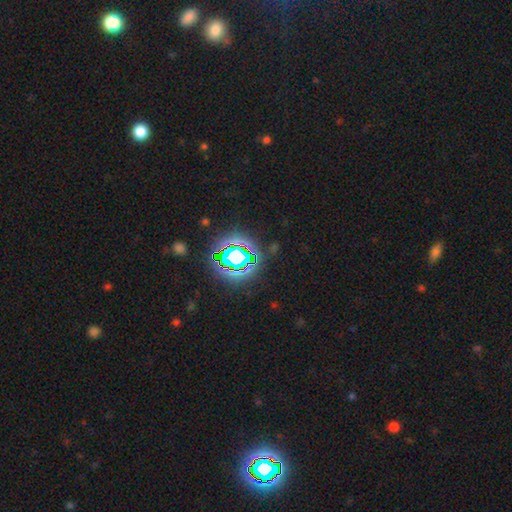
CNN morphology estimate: star or artifact 81%, smooth 12%, featured or disk 7%.